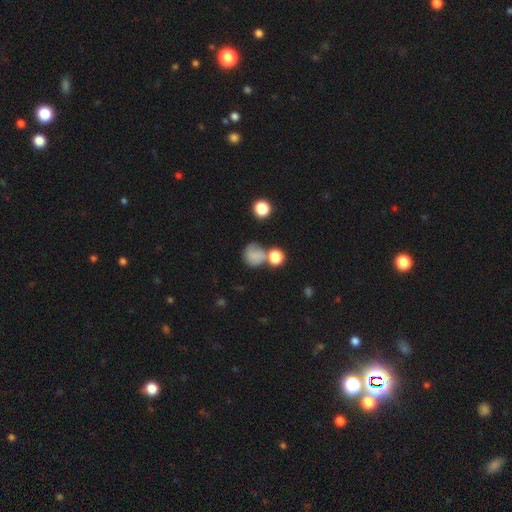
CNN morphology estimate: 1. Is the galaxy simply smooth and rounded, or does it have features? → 75% smooth, 13% star or artifact, 12% featured or disk.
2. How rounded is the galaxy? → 81% round, 18% in between, 1% cigar-shaped.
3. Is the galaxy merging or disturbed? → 48% none, 23% merger, 19% minor disturbance, 11% major disturbance.